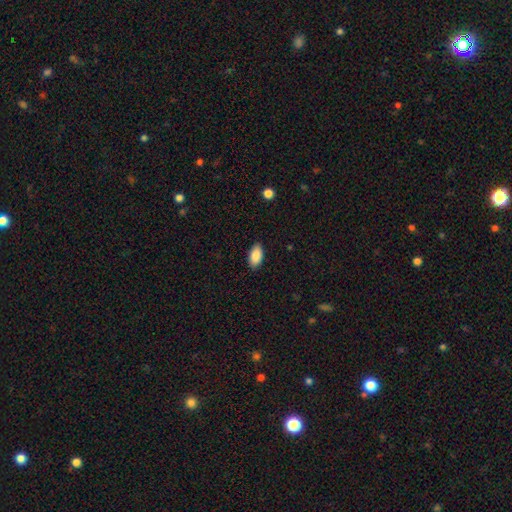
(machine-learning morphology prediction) Q: Smooth or featured?
A: smooth (89%); runner-up: star or artifact (7%)
Q: How rounded?
A: in between (94%); runner-up: round (3%)
Q: Merging?
A: none (87%); runner-up: minor disturbance (10%)